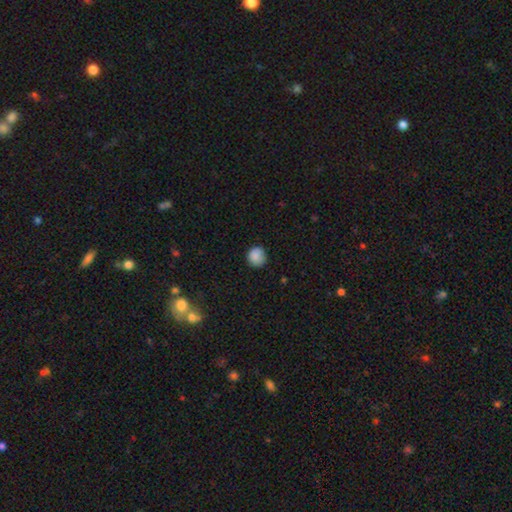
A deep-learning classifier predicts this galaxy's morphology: The model was most divided on "merging": none: 82%, minor disturbance: 14%, major disturbance: 3%, merger: 1%. More confident: how rounded — round (88%); smooth or featured — smooth (87%).